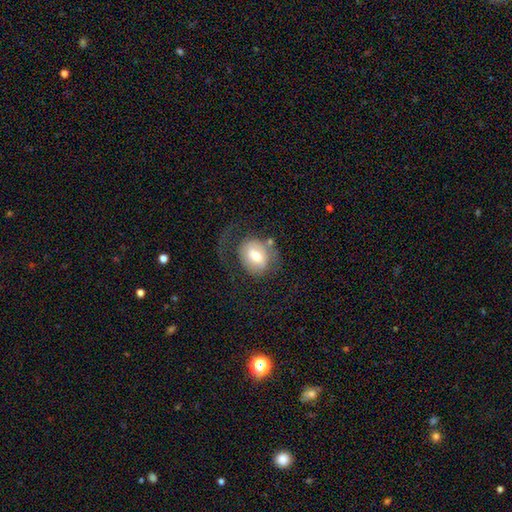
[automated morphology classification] smooth_or_featured: smooth (p=0.51) [alt: featured or disk p=0.42]
how_rounded: round (p=0.56) [alt: in between p=0.43]
merging: none (p=0.41) [alt: major disturbance p=0.36]